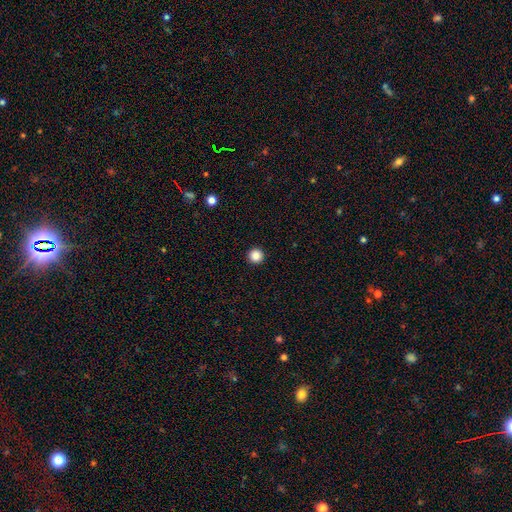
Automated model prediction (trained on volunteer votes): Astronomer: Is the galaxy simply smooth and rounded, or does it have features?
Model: smooth — 87%.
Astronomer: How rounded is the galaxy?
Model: round — 97%.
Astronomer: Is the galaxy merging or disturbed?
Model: none — 94%.